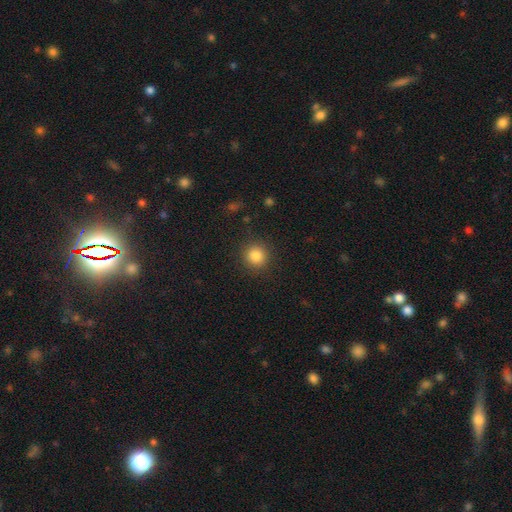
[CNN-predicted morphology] This is clearly a smooth galaxy (84%). How rounded: clearly round (92%). Merging: clearly none (89%).